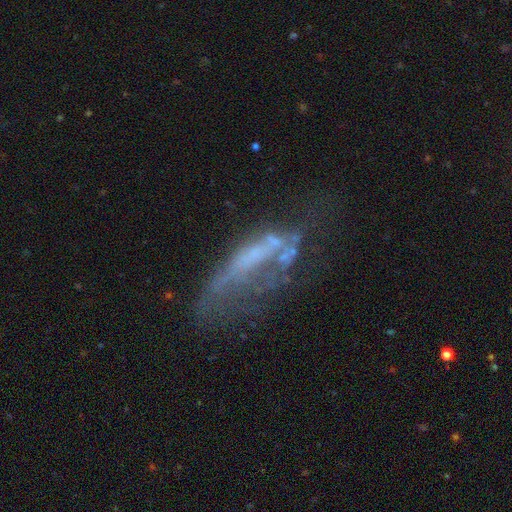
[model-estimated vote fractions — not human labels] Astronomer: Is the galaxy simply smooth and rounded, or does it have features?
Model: featured or disk — 58%.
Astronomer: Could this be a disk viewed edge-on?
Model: no — 79%.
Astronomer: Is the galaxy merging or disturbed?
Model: major disturbance — 36% (runner-up: none, 29%).